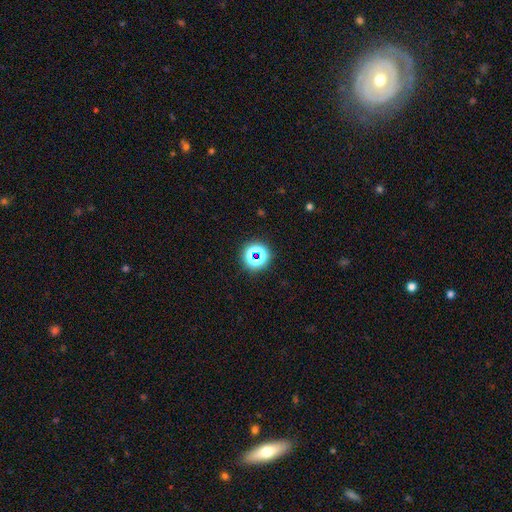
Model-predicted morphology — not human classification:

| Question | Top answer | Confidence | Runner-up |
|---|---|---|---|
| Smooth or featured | star or artifact | 57% | smooth (32%) |